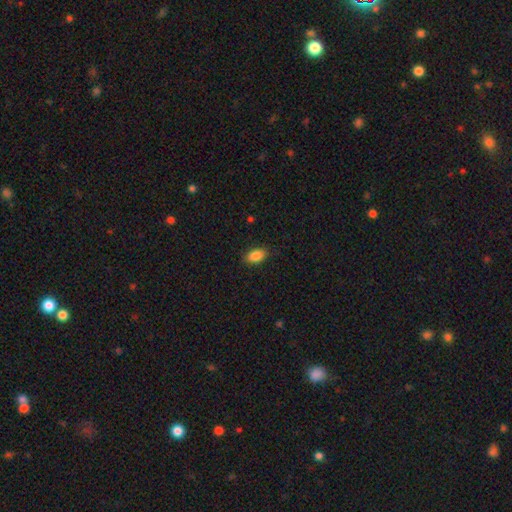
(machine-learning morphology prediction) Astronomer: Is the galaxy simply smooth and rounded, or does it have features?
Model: smooth — 88%.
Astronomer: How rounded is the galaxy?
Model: in between — 89%.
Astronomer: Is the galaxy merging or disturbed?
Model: none — 86%.